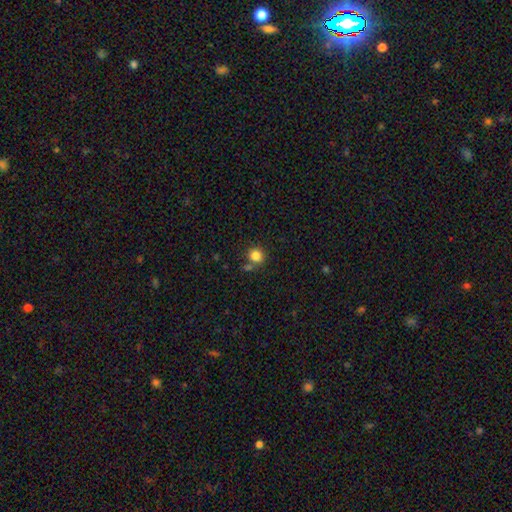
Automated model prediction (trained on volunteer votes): Smooth or featured?
  - smooth: 83% *
  - star or artifact: 12%
  - featured or disk: 5%
How rounded?
  - round: 91% *
  - in between: 8%
  - cigar-shaped: 1%
Merging?
  - none: 75% *
  - merger: 13%
  - minor disturbance: 9%
  - major disturbance: 3%